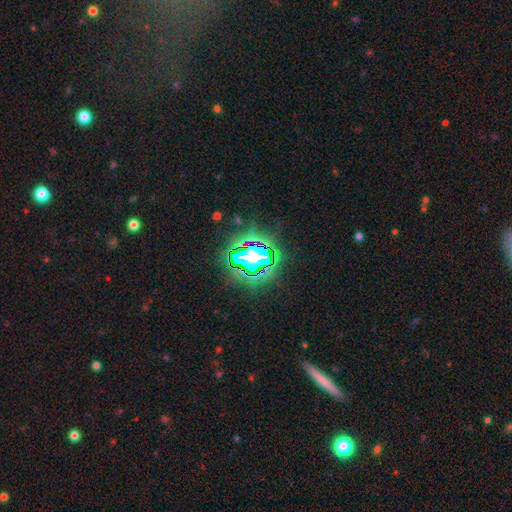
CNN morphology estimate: This appears to be a star or artifact, not a galaxy (69%).